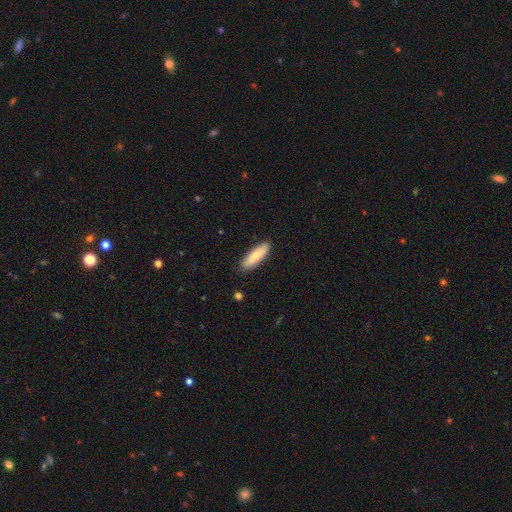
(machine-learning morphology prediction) smooth 78%, featured or disk 16%, star or artifact 6%. Down the decision tree: how rounded — cigar-shaped (60%); merging — none (87%).